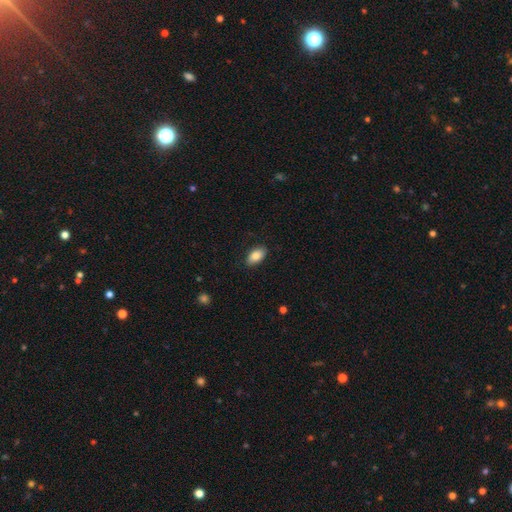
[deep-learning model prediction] Smooth or featured: smooth — 86% (featured or disk — 8%)
How rounded: in between — 93% (cigar-shaped — 4%)
Merging: none — 86% (minor disturbance — 11%)